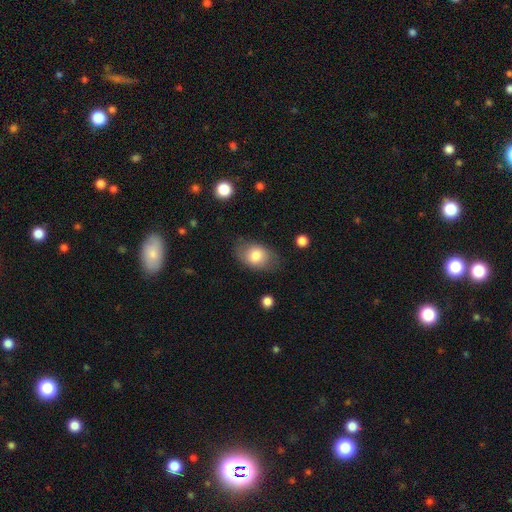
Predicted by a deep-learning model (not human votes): Q: Smooth or featured?
A: smooth (79%); runner-up: featured or disk (15%)
Q: How rounded?
A: in between (82%); runner-up: round (17%)
Q: Merging?
A: none (74%); runner-up: minor disturbance (18%)